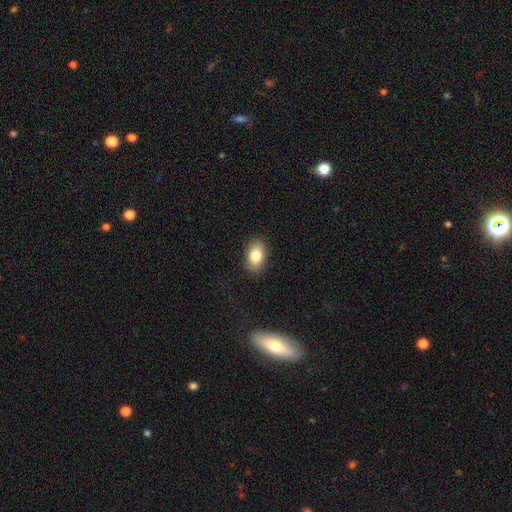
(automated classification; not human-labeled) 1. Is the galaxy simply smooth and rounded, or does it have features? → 82% smooth, 10% featured or disk, 8% star or artifact.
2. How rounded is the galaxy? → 87% in between, 12% round, 1% cigar-shaped.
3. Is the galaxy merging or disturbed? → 87% none, 9% minor disturbance, 2% major disturbance, 1% merger.